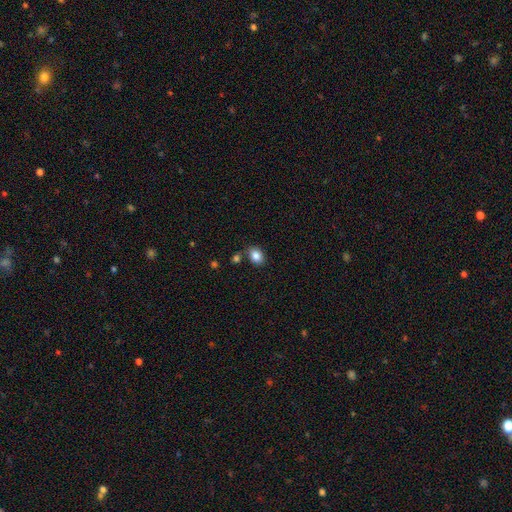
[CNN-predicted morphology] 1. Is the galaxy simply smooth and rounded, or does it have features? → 85% smooth, 9% star or artifact, 6% featured or disk.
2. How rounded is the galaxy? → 67% in between, 32% round, 1% cigar-shaped.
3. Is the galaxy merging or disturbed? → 74% none, 14% minor disturbance, 9% merger, 3% major disturbance.